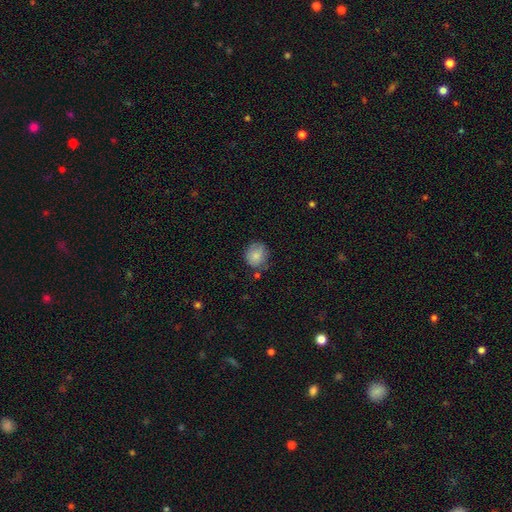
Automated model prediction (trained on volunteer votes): Smooth or featured?
  - smooth: 83% *
  - featured or disk: 9%
  - star or artifact: 8%
How rounded?
  - round: 77% *
  - in between: 22%
  - cigar-shaped: 1%
Merging?
  - none: 67% *
  - minor disturbance: 22%
  - merger: 5%
  - major disturbance: 5%